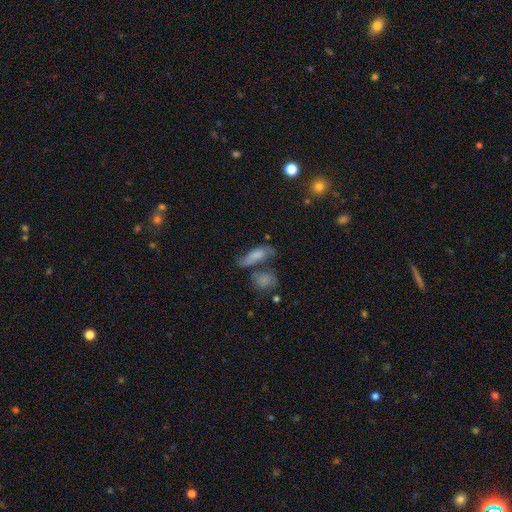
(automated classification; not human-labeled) Smooth or featured? smooth (66%)
How rounded? in between (67%)
Merging? none (34%)